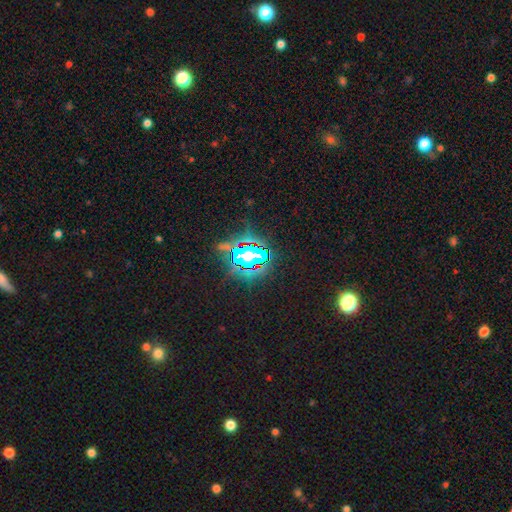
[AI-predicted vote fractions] Morphology: type=star or artifact (71%).